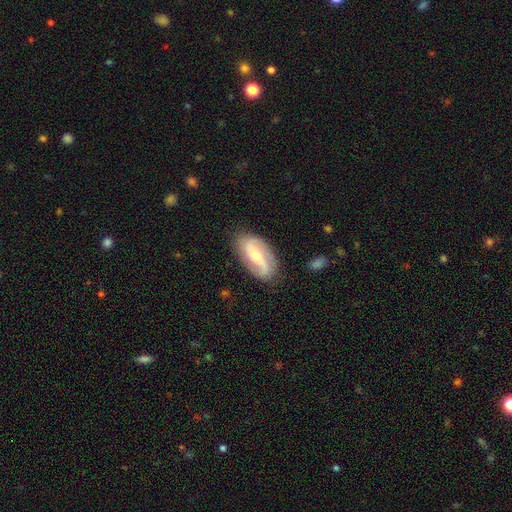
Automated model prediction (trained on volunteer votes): Overall: featured or disk (80%). Edge-on disk: no (94%). Bar: weak (37%; no 35%). Spiral arms: yes (93%). Spiral arm count: 2 (90%). Spiral winding: loose (58%; medium 30%). Bulge size: moderate (50%; small 46%). Merging: none (82%).